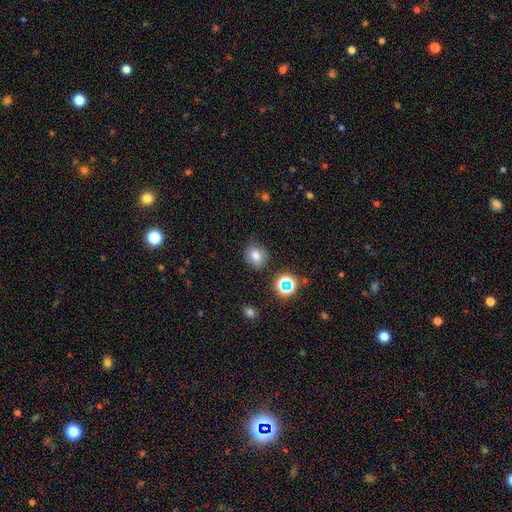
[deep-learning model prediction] Overall: smooth (74%). How rounded: round (73%). Merging: none (81%).